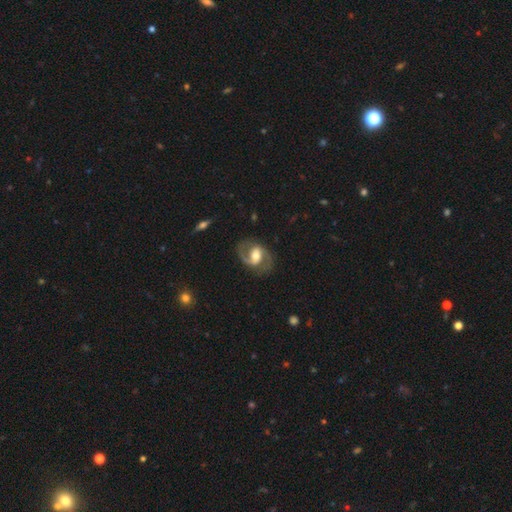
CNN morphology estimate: A featured or disk galaxy (81%) with a weak bar (43%), 2 (90%) medium (55%) spiral arms (90%) and a moderate central bulge (62%).

Vote fractions:
- Smooth or featured? featured or disk: 81% / smooth: 14% / star or artifact: 5%
- Edge-on disk? no: 97% / yes: 3%
- Bar? weak: 43% / strong: 33% / no: 23%
- Spiral arms? yes: 90% / no: 10%
- Spiral winding? medium: 55% / loose: 26% / tight: 19%
- Spiral arm count? 2: 90% / can't tell: 4% / 1: 4% / 3: 1% / 4: 1% / more than 4: 1%
- Bulge size? moderate: 62% / large: 21% / small: 14% / dominant: 2% / none: 2%
- Merging? none: 77% / minor disturbance: 14% / major disturbance: 8% / merger: 1%